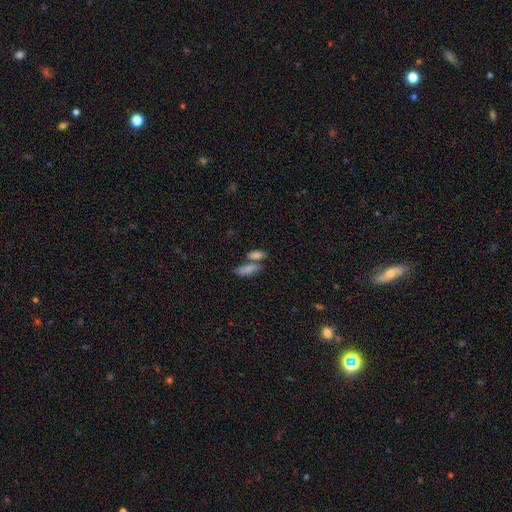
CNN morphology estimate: Smooth or featured: smooth — 81% (featured or disk — 11%)
How rounded: in between — 66% (cigar-shaped — 30%)
Merging: none — 45% (merger — 41%)